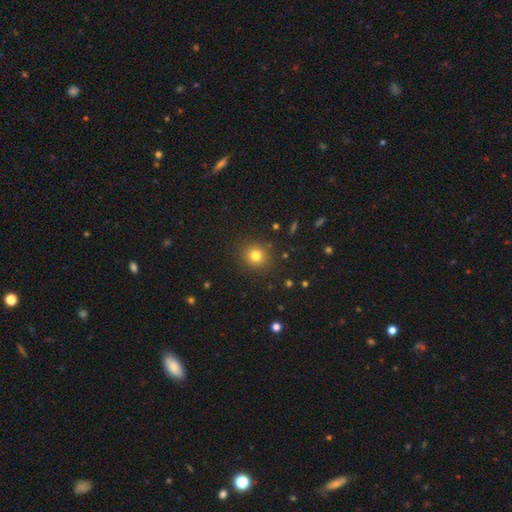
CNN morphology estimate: smooth_or_featured: smooth (p=0.78) [alt: star or artifact p=0.14]
how_rounded: round (p=0.86) [alt: in between p=0.13]
merging: none (p=0.88) [alt: minor disturbance p=0.07]